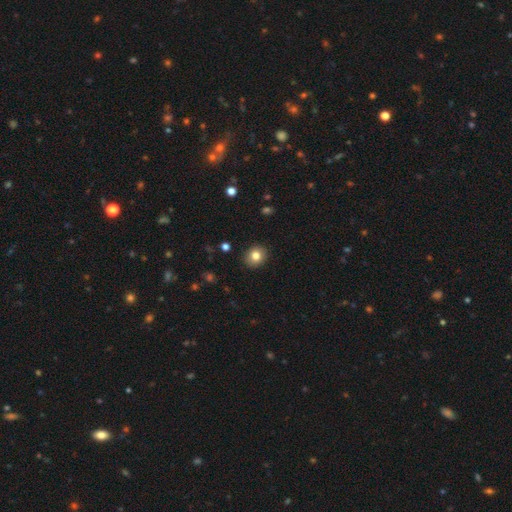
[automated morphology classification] This is clearly a smooth galaxy (83%). How rounded: likely round (74%). Merging: clearly none (90%).